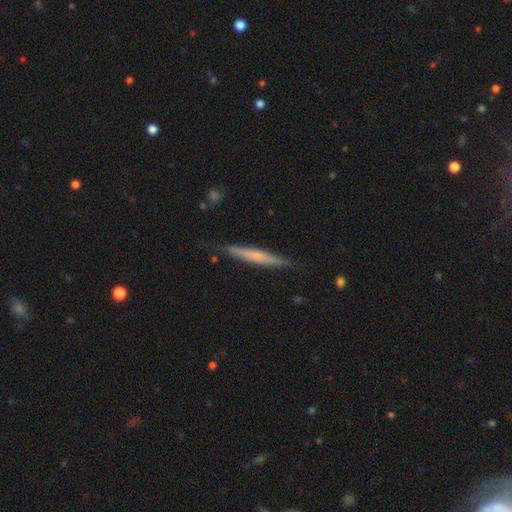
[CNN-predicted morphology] smooth-or-featured: smooth: 51% | featured or disk: 43% | star or artifact: 6%
  how-rounded: cigar-shaped: 95% | in between: 3% | round: 1%
  merging: none: 83% | minor disturbance: 13% | major disturbance: 2% | merger: 2%